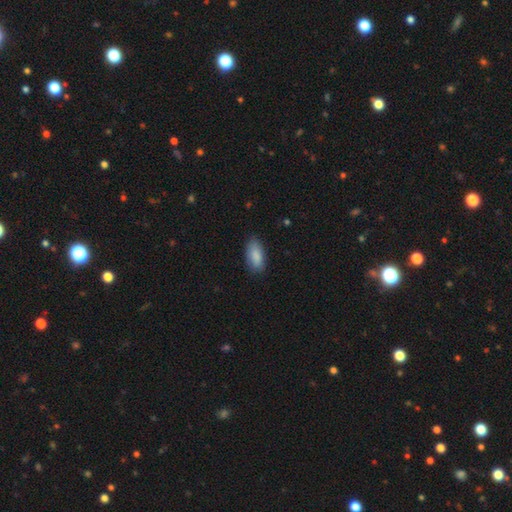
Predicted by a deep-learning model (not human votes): Smooth or featured? Predicted: smooth (p=0.88). How rounded? Predicted: in between (p=0.89). Merging? Predicted: none (p=0.79).